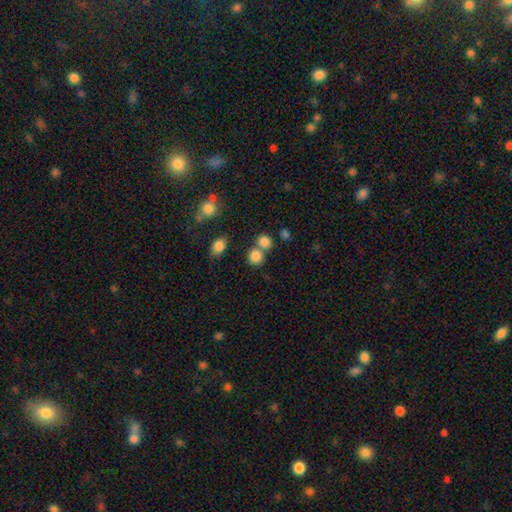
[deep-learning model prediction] smooth_or_featured: smooth (p=0.82) [alt: star or artifact p=0.12]
how_rounded: round (p=0.81) [alt: in between p=0.18]
merging: none (p=0.55) [alt: merger p=0.32]